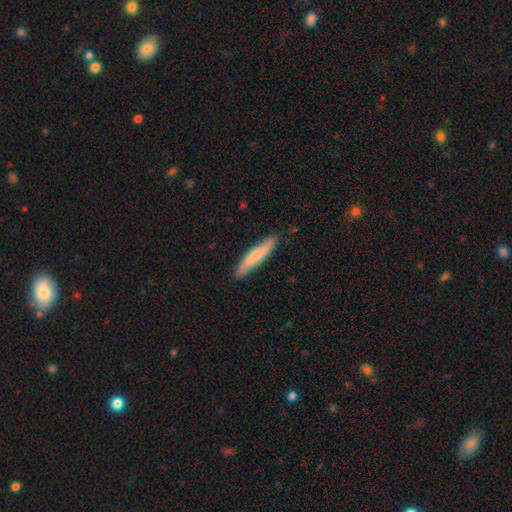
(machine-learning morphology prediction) The model was most divided on "smooth or featured": smooth: 71%, featured or disk: 23%, star or artifact: 5%. More confident: how rounded — cigar-shaped (89%); merging — none (87%).